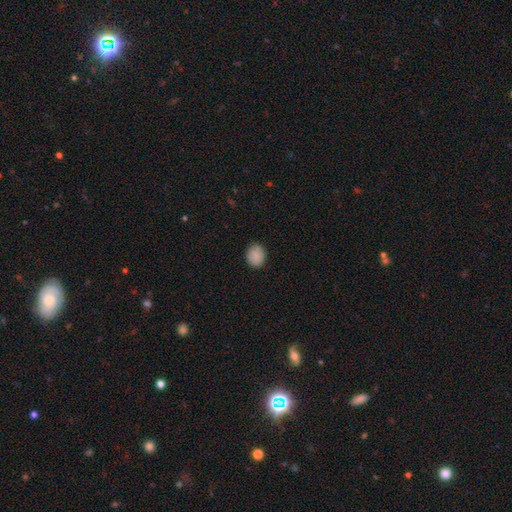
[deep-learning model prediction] A smooth galaxy with no disk features (89%) that is round (54%). Merging: none (86%).